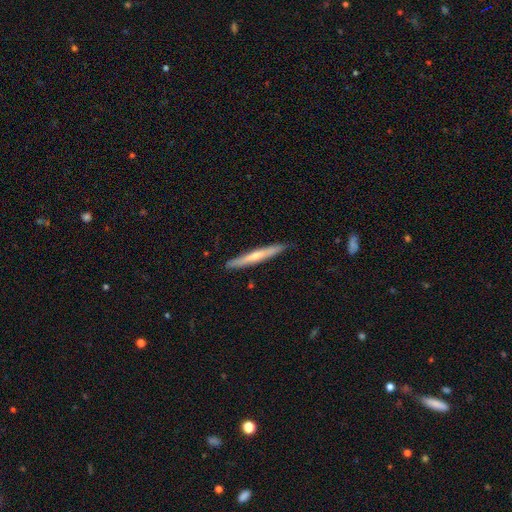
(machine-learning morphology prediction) A featured or disk galaxy (50%). Merging: none (89%).